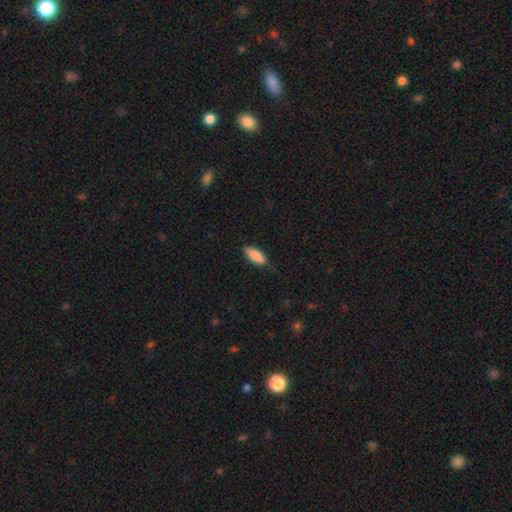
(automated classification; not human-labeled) smooth-or-featured: smooth: 86% | featured or disk: 7% | star or artifact: 6%
  how-rounded: in between: 82% | cigar-shaped: 16% | round: 2%
  merging: none: 72% | minor disturbance: 23% | major disturbance: 4% | merger: 1%